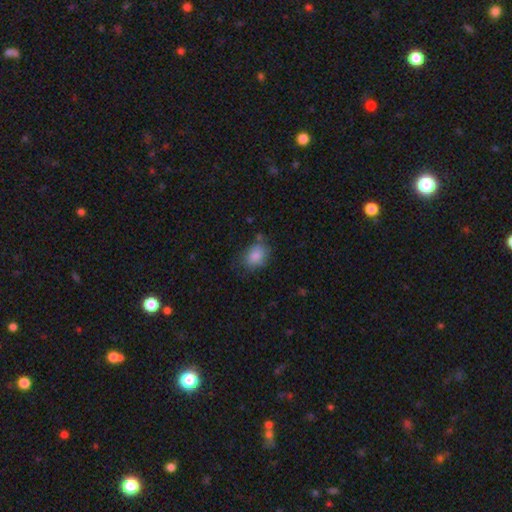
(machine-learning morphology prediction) smooth-or-featured: smooth: 83% | featured or disk: 9% | star or artifact: 8%
  how-rounded: in between: 65% | round: 34% | cigar-shaped: 1%
  merging: none: 62% | minor disturbance: 25% | major disturbance: 8% | merger: 4%